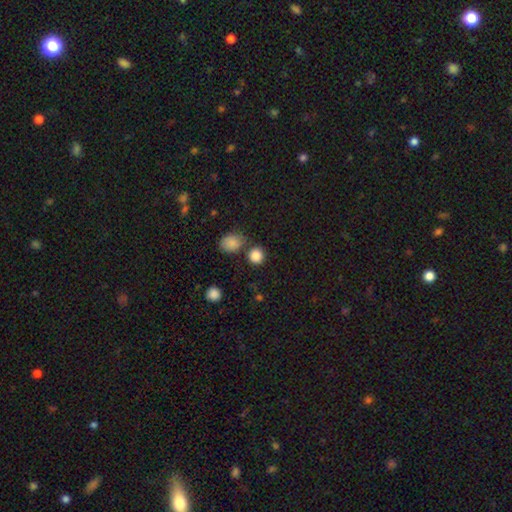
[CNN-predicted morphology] This appears to be a smooth galaxy with no disk features (85%) that is round (85%). Merging: none (74%).